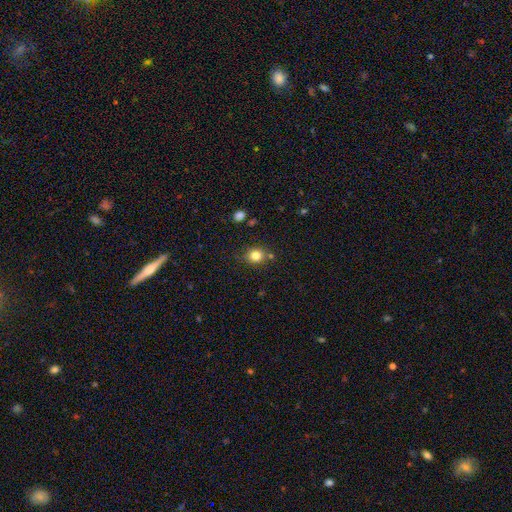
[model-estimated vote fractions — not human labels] This appears to be a smooth galaxy with no disk features (81%) that is round (77%). Merging: none (78%).